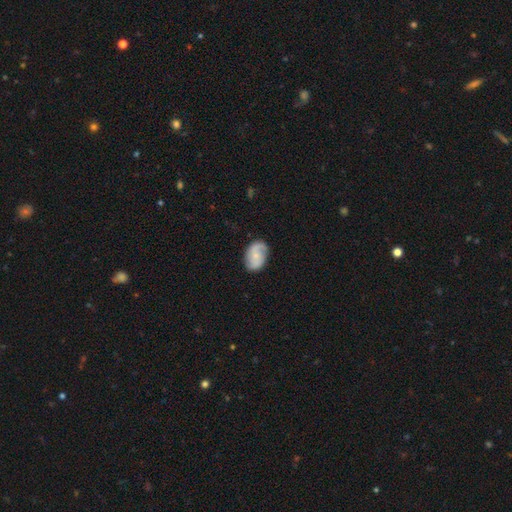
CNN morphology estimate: smooth-or-featured: featured or disk: 59% | smooth: 35% | star or artifact: 7%
  disk-edge-on: no: 97% | yes: 3%
    bar: no: 66% | weak: 29% | strong: 5%
    has-spiral-arms: yes: 91% | no: 9%
      spiral-winding: medium: 43% | loose: 31% | tight: 27%
      spiral-arm-count: 2: 76% | can't tell: 10% | 1: 10% | 3: 2% | 4: 1% | more than 4: 1%
    bulge-size: small: 60% | moderate: 26% | none: 11% | large: 2% | dominant: 1%
  merging: none: 73% | minor disturbance: 19% | major disturbance: 6% | merger: 1%